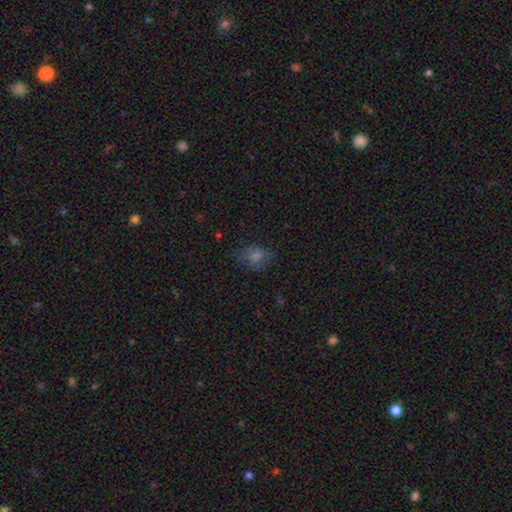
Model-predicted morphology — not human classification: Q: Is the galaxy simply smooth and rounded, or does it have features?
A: smooth — 61%.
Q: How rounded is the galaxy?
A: in between — 58%.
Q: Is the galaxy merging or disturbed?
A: none — 67%.